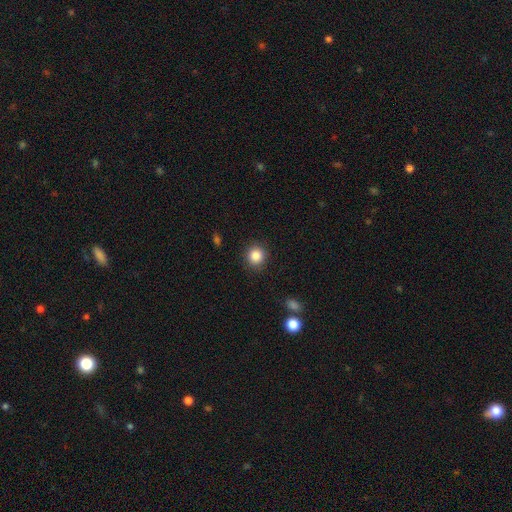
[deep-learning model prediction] This is clearly a smooth galaxy (86%). How rounded: clearly round (91%). Merging: clearly none (90%).